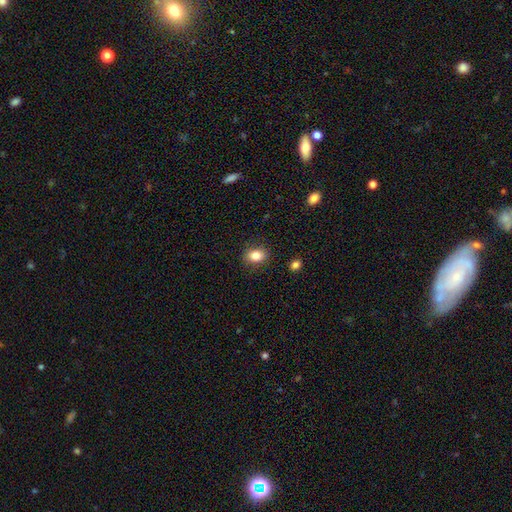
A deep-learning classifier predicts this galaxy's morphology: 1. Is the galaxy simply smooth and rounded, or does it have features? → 84% smooth, 9% star or artifact, 7% featured or disk.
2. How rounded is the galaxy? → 69% in between, 30% round, 1% cigar-shaped.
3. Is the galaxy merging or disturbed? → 87% none, 9% minor disturbance, 2% major disturbance, 1% merger.